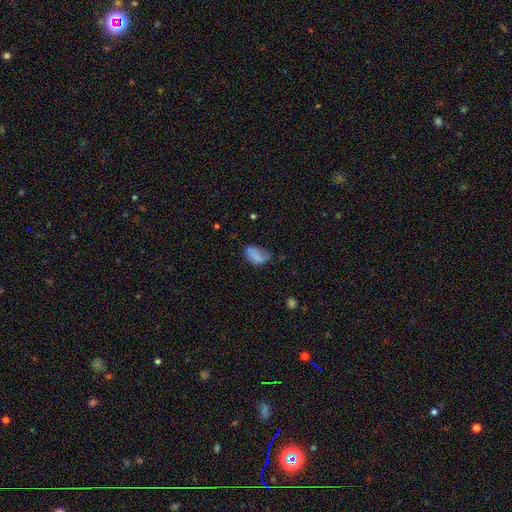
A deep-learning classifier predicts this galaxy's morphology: This appears to be a smooth galaxy with no disk features (73%) that is in between round and cigar-shaped (90%). Merging: none (38%).